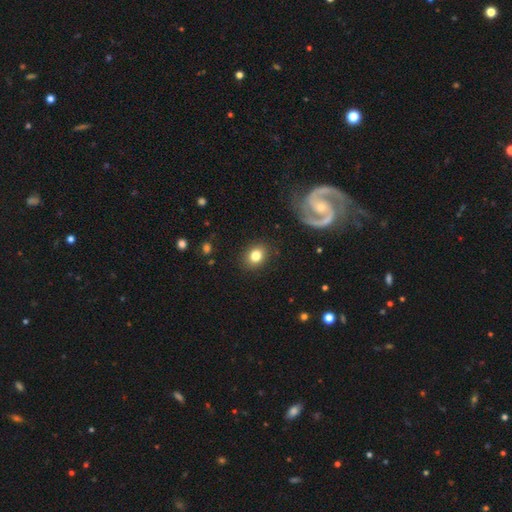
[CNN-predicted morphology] Q: Smooth or featured?
A: smooth (81%); runner-up: featured or disk (10%)
Q: How rounded?
A: round (54%); runner-up: in between (45%)
Q: Merging?
A: none (88%); runner-up: minor disturbance (8%)